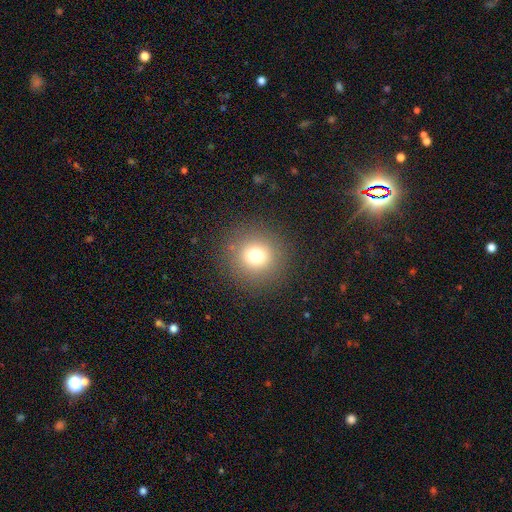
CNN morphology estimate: Smooth or featured? Predicted: smooth (p=0.73). How rounded? Predicted: round (p=0.95). Merging? Predicted: none (p=0.88).